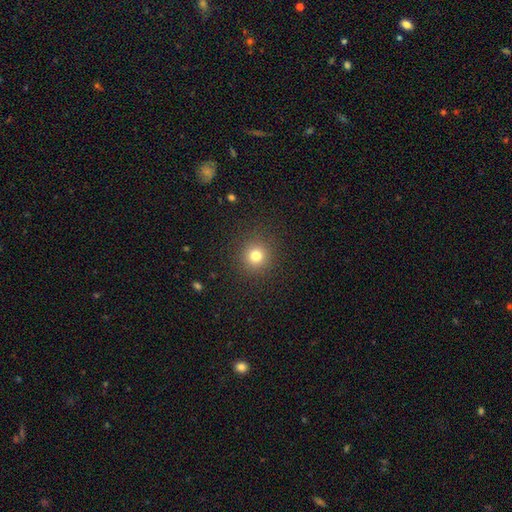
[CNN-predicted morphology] Smooth or featured? smooth (78%)
How rounded? round (94%)
Merging? none (90%)